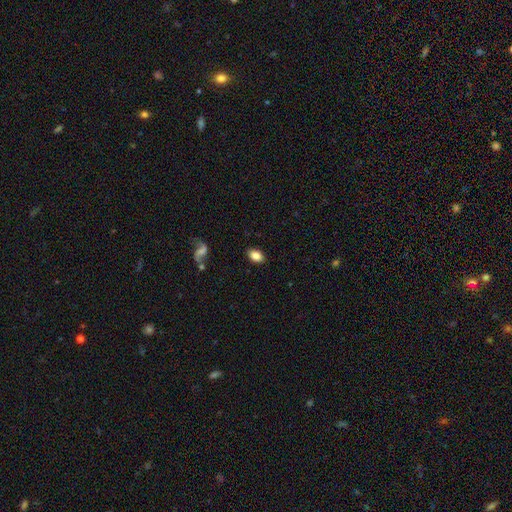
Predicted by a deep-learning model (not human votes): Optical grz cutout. It shows a smooth galaxy with no disk features (84%) that is in between round and cigar-shaped (87%). Merging: none (86%).